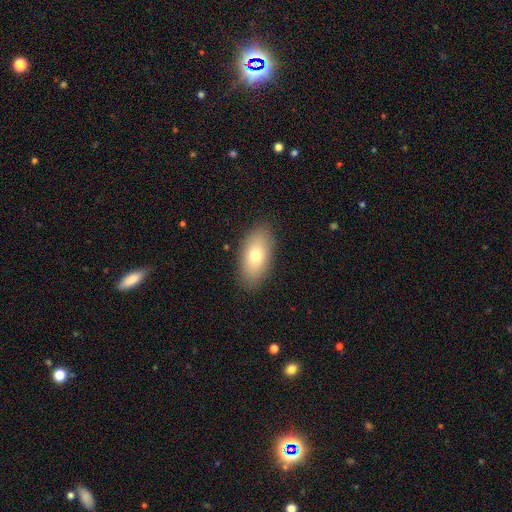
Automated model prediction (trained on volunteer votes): This appears to be a smooth galaxy with no disk features (72%) that is in between round and cigar-shaped (91%). Merging: none (87%).